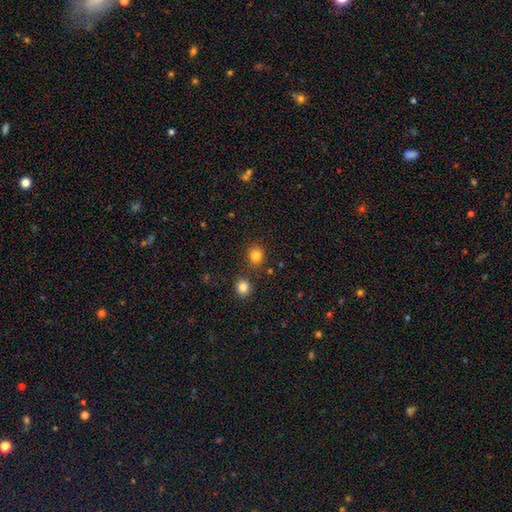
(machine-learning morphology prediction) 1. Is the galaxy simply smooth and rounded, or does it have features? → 83% smooth, 12% star or artifact, 5% featured or disk.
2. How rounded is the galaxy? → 82% round, 17% in between, 1% cigar-shaped.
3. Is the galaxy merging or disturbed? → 84% none, 8% minor disturbance, 6% merger, 3% major disturbance.